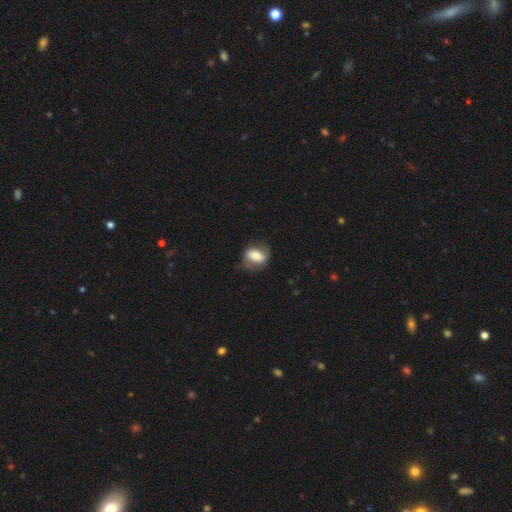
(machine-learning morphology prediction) Smooth or featured? smooth (59%)
How rounded? in between (76%)
Merging? none (65%)